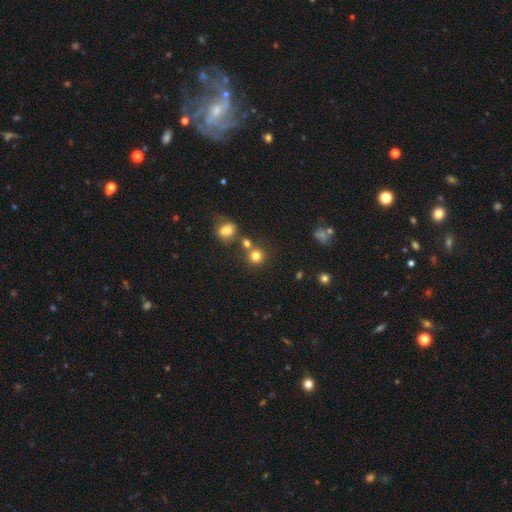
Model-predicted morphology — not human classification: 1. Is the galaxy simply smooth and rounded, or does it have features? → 77% smooth, 15% star or artifact, 8% featured or disk.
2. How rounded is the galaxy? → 88% round, 11% in between, 1% cigar-shaped.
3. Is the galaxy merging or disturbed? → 66% none, 22% merger, 9% minor disturbance, 4% major disturbance.